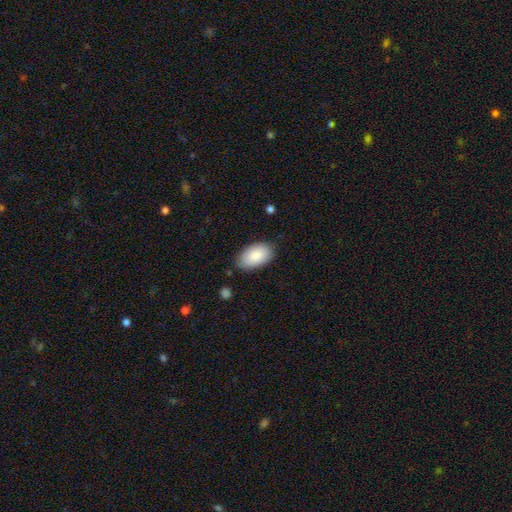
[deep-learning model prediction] smooth_or_featured: smooth (p=0.87) [alt: featured or disk p=0.08]
how_rounded: in between (p=0.95) [alt: round p=0.04]
merging: none (p=0.80) [alt: minor disturbance p=0.16]